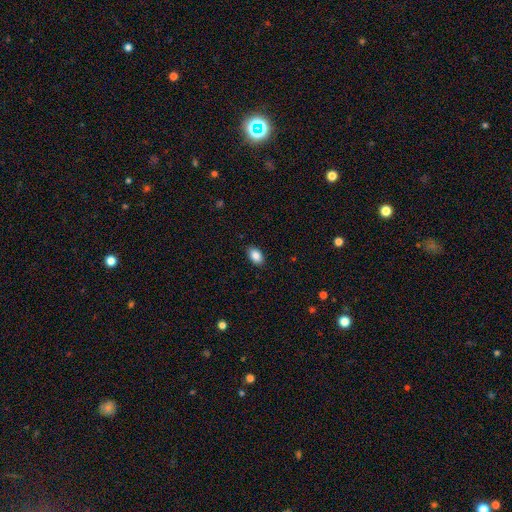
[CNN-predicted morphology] A smooth galaxy with no disk features (88%) that is in between round and cigar-shaped (90%).

Vote fractions:
- Smooth or featured? smooth: 88% / star or artifact: 8% / featured or disk: 4%
- How rounded? in between: 90% / round: 9% / cigar-shaped: 1%
- Merging? none: 88% / minor disturbance: 9% / major disturbance: 2% / merger: 1%